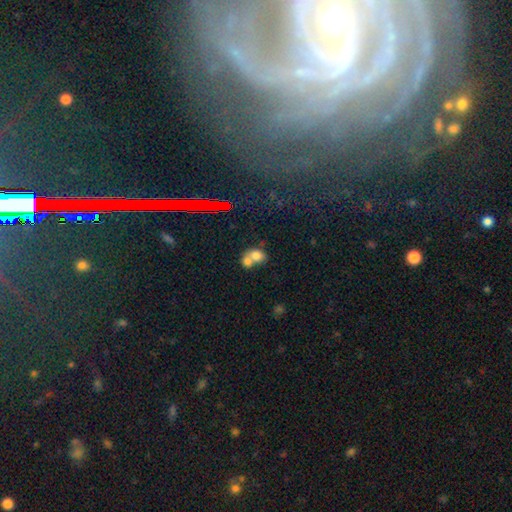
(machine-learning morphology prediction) This is likely a smooth galaxy (71%). How rounded: possibly in between (51%). Merging: likely merger (69%).